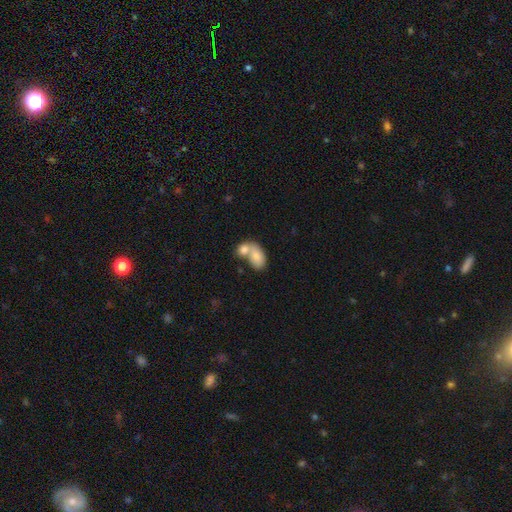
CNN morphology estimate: The model was most divided on "merging": merger: 66%, none: 22%, minor disturbance: 8%, major disturbance: 4%. More confident: how rounded — in between (86%); smooth or featured — smooth (78%).